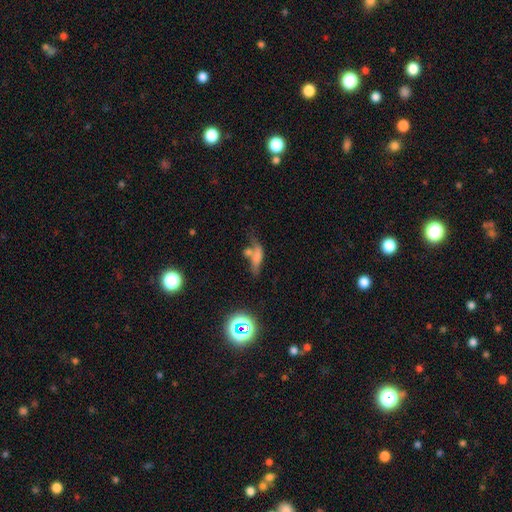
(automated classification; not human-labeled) Smooth or featured? Predicted: smooth (p=0.57). How rounded? Predicted: in between (p=0.51). Merging? Predicted: merger (p=0.36).